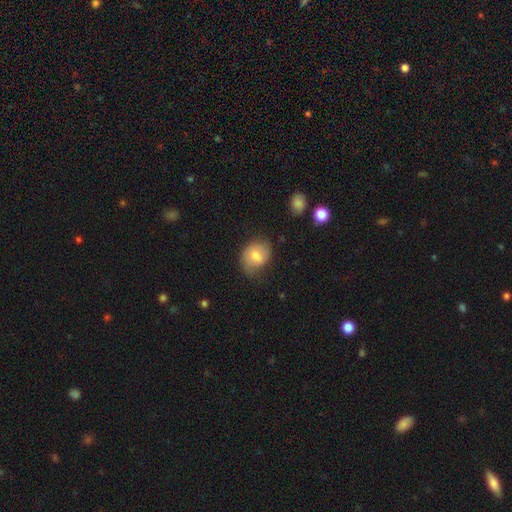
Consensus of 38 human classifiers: This is likely a smooth galaxy (68%). How rounded: likely in between (73%). Merging: marginally none (39%).